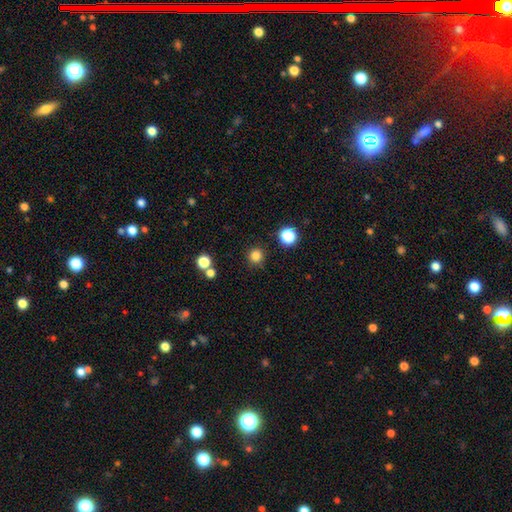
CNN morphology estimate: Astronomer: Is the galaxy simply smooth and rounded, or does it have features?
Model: smooth — 83%.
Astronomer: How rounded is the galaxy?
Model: round — 95%.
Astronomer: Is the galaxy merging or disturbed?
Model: none — 88%.